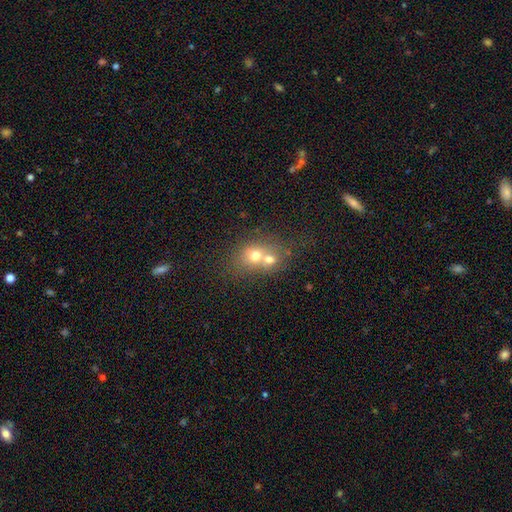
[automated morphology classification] This appears to be a smooth galaxy with no disk features (65%) that is round (63%). Merging: merger (66%).